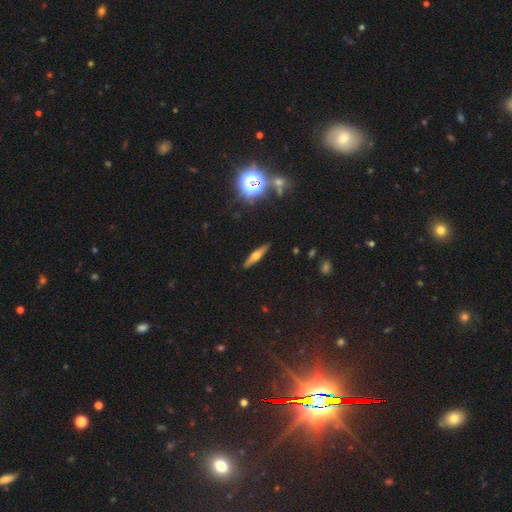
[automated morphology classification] smooth-or-featured: featured or disk: 53% | smooth: 36% | star or artifact: 11%
  disk-edge-on: yes: 93% | no: 7%
  merging: none: 89% | minor disturbance: 8% | major disturbance: 2% | merger: 1%